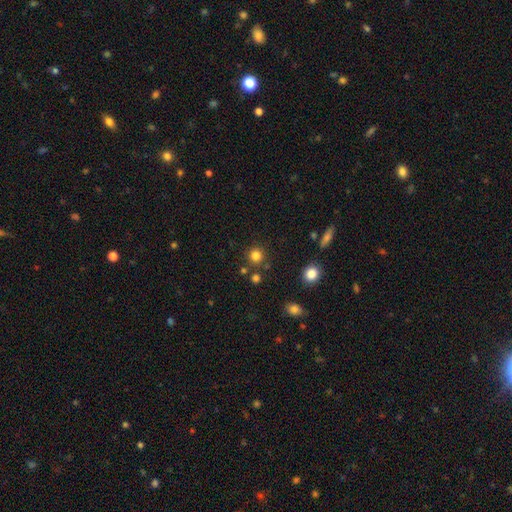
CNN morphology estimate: smooth_or_featured: smooth (p=0.81) [alt: star or artifact p=0.14]
how_rounded: round (p=0.92) [alt: in between p=0.07]
merging: none (p=0.82) [alt: minor disturbance p=0.07]